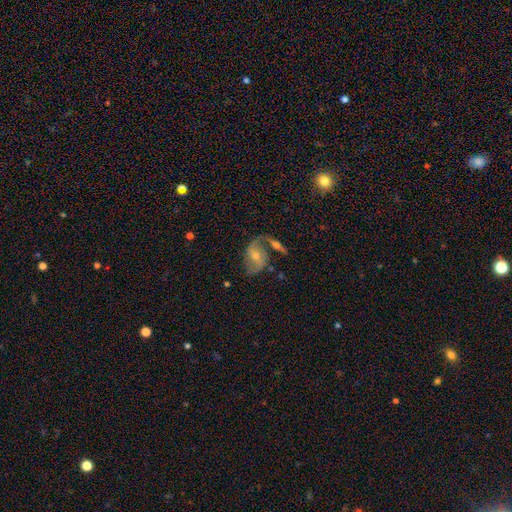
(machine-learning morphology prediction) Smooth or featured?
  - featured or disk: 75% *
  - smooth: 18%
  - star or artifact: 7%
Edge-on disk?
  - no: 96% *
  - yes: 4%
Bar?
  - no: 44% *
  - weak: 42%
  - strong: 15%
Spiral arms?
  - yes: 90% *
  - no: 10%
Spiral winding?
  - loose: 50% *
  - medium: 39%
  - tight: 12%
Spiral arm count?
  - 2: 82% *
  - 1: 9%
  - can't tell: 6%
  - 3: 1%
  - 4: 1%
  - more than 4: 1%
Bulge size?
  - moderate: 47% *
  - small: 45%
  - none: 3%
  - large: 3%
  - dominant: 1%
Merging?
  - none: 46% *
  - merger: 22%
  - minor disturbance: 18%
  - major disturbance: 15%